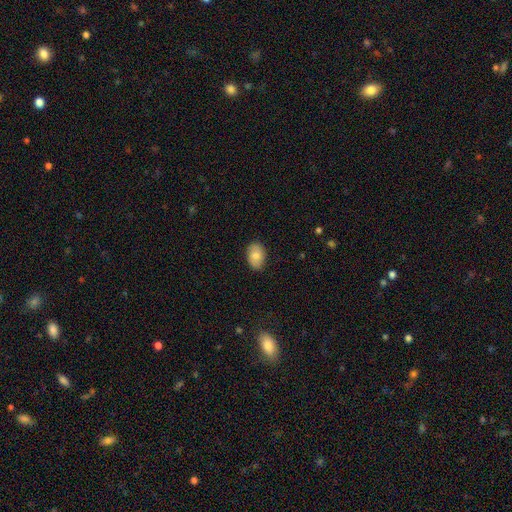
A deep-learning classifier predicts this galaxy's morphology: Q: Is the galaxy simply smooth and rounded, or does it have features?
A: smooth — 81%.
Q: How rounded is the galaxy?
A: in between — 86%.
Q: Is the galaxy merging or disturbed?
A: none — 85%.